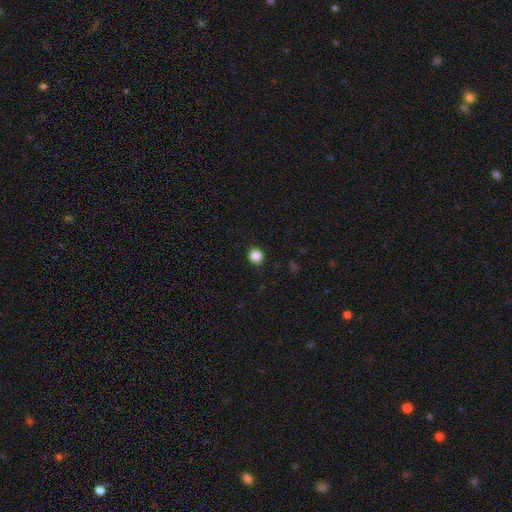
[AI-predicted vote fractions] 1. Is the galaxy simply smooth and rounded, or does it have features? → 86% smooth, 11% star or artifact, 3% featured or disk.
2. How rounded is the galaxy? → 91% round, 8% in between, 1% cigar-shaped.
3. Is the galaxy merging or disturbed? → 91% none, 6% minor disturbance, 2% major disturbance, 1% merger.